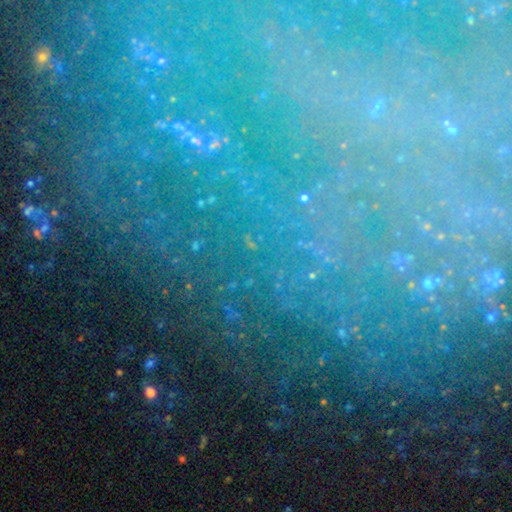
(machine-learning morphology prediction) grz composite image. It shows a star or artifact, not a galaxy (64%).